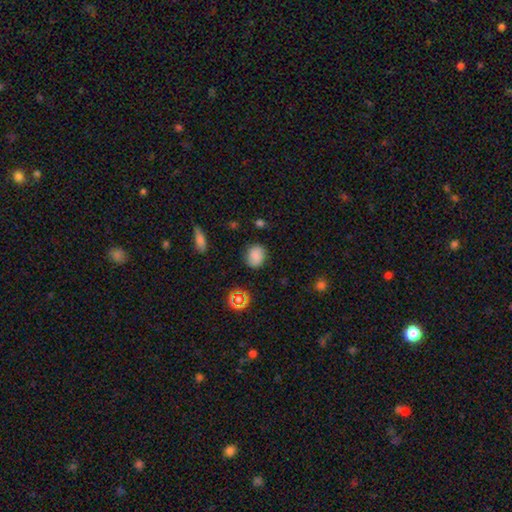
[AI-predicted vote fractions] The model was most divided on "how rounded": round: 68%, in between: 31%, cigar-shaped: 1%. More confident: merging — none (81%); smooth or featured — smooth (80%).